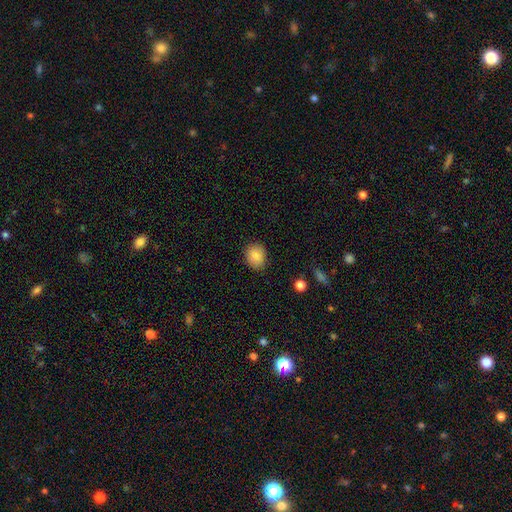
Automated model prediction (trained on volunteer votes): smooth-or-featured: smooth: 86% | star or artifact: 9% | featured or disk: 6%
  how-rounded: round: 59% | in between: 40% | cigar-shaped: 1%
  merging: none: 85% | minor disturbance: 11% | major disturbance: 3% | merger: 1%